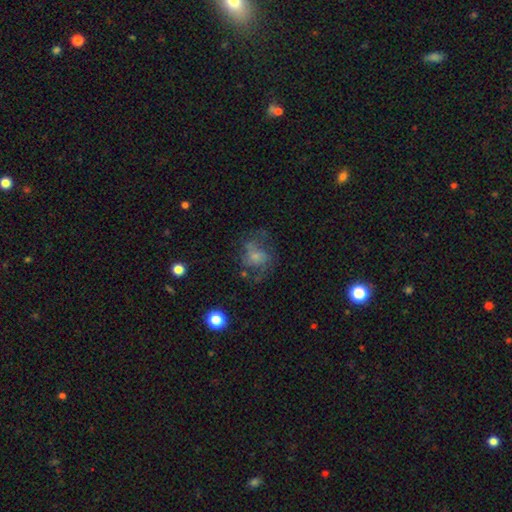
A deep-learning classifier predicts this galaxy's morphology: smooth-or-featured: featured or disk: 47% | smooth: 40% | star or artifact: 13%
  merging: none: 44% | major disturbance: 30% | minor disturbance: 21% | merger: 4%